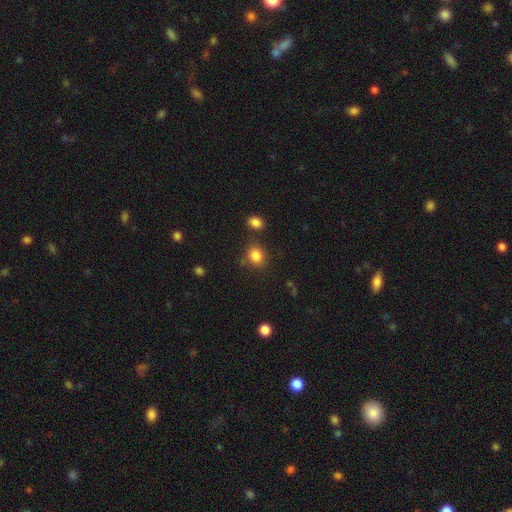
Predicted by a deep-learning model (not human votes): The model was most divided on "how rounded": round: 66%, in between: 33%, cigar-shaped: 1%. More confident: smooth or featured — smooth (85%); merging — none (79%).